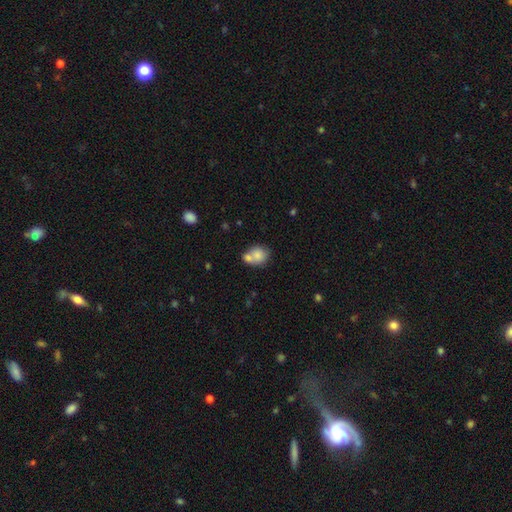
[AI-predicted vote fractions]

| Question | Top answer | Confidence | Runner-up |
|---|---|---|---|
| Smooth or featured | smooth | 78% | featured or disk (14%) |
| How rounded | round | 61% | in between (38%) |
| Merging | merger | 49% | none (35%) |